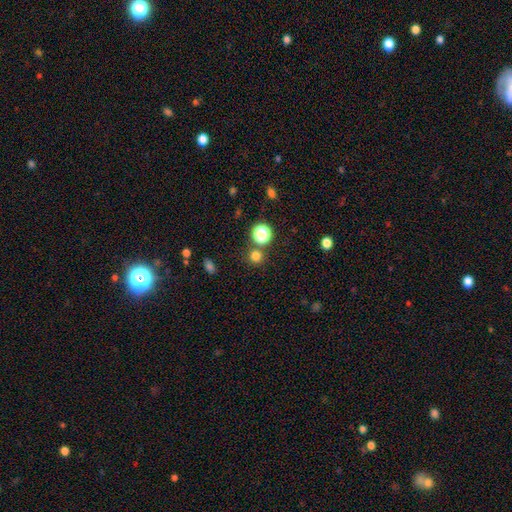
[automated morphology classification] Smooth or featured? Predicted: smooth (p=0.74). How rounded? Predicted: round (p=0.92). Merging? Predicted: none (p=0.78).